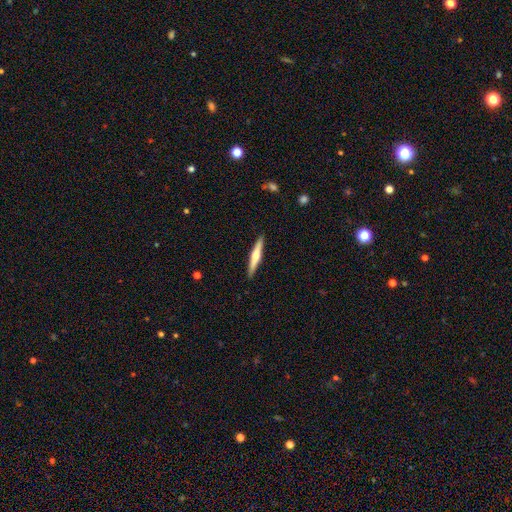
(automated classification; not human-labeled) Overall: featured or disk (55%; smooth 40%). Edge-on disk: yes (97%). Edge-on bulge: rounded (82%). Merging: none (91%).